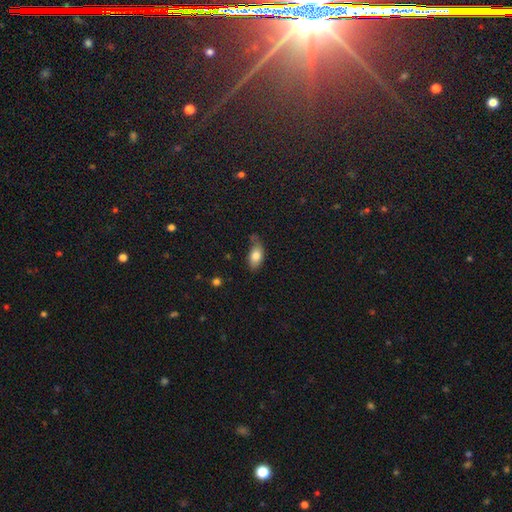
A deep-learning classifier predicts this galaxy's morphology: Smooth or featured?
  - smooth: 80% *
  - featured or disk: 12%
  - star or artifact: 8%
How rounded?
  - in between: 89% *
  - cigar-shaped: 6%
  - round: 5%
Merging?
  - none: 60% *
  - minor disturbance: 29%
  - major disturbance: 7%
  - merger: 5%